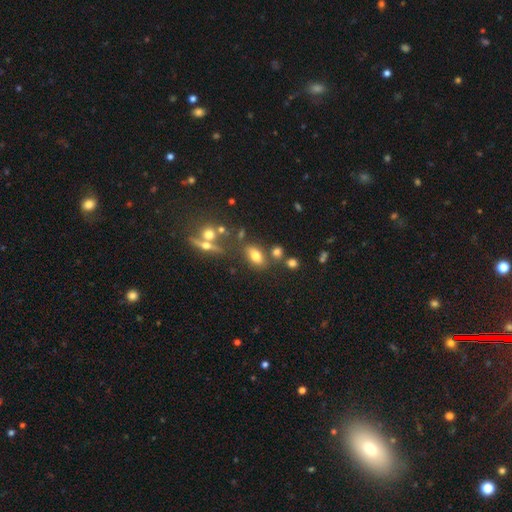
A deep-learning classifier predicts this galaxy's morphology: Smooth or featured? smooth (71%)
How rounded? in between (85%)
Merging? none (69%)